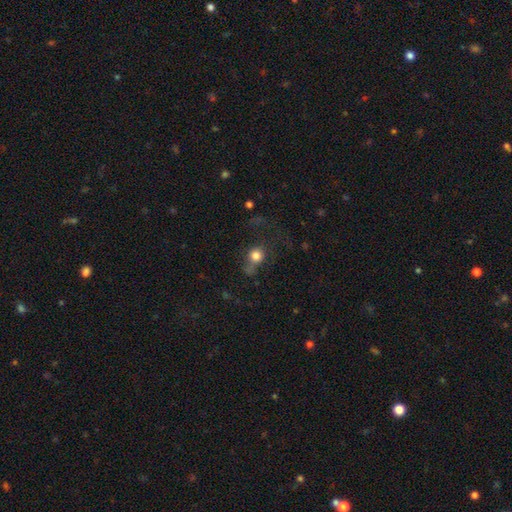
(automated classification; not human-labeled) This appears to be a smooth galaxy with no disk features (77%) that is round (81%). Merging: none (49%).